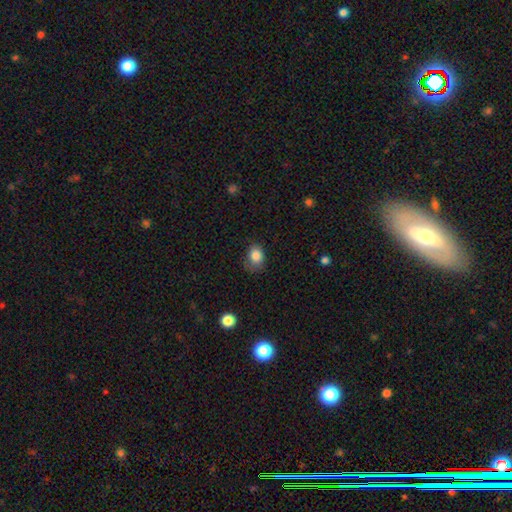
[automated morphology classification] A smooth galaxy with no disk features (84%) that is in between round and cigar-shaped (53%). Merging: none (57%).